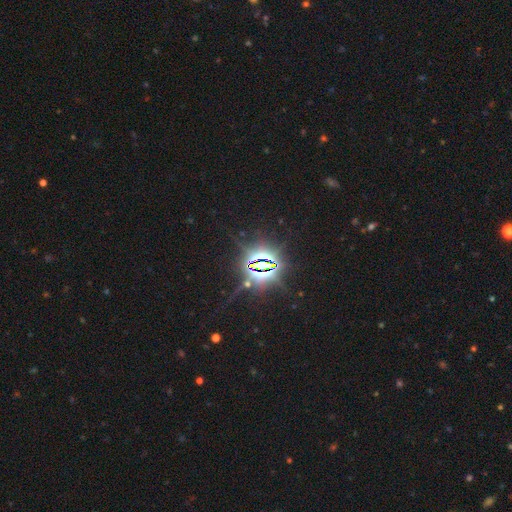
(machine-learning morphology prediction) smooth-or-featured: star or artifact: 86% | featured or disk: 7% | smooth: 7%